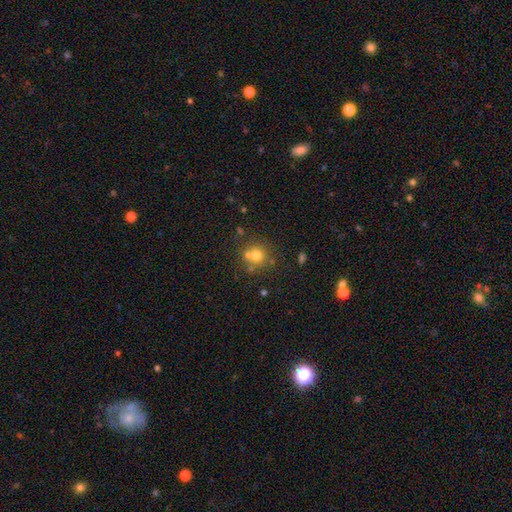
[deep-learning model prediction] Smooth or featured?
  - smooth: 70% *
  - star or artifact: 16%
  - featured or disk: 15%
How rounded?
  - round: 90% *
  - in between: 9%
  - cigar-shaped: 1%
Merging?
  - none: 60% *
  - merger: 27%
  - minor disturbance: 10%
  - major disturbance: 4%